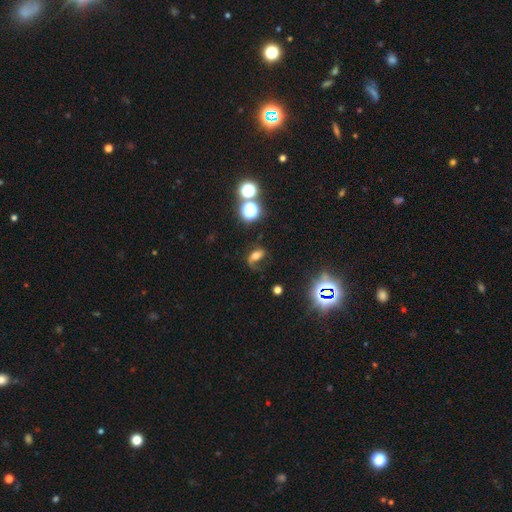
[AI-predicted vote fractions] A featured or disk galaxy (41%). Merging: none (51%).